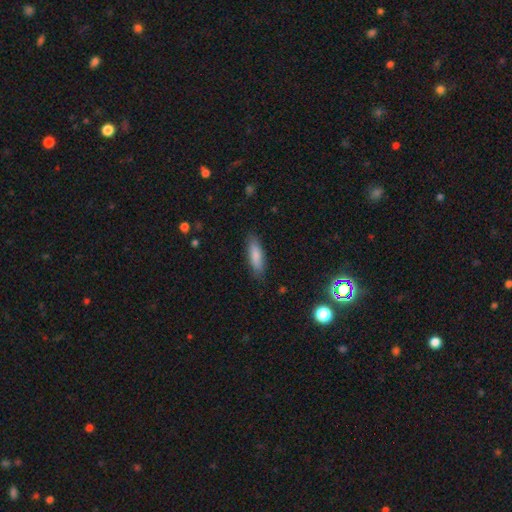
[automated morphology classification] Smooth or featured? Predicted: smooth (p=0.83). How rounded? Predicted: cigar-shaped (p=0.49, tied with in between). Merging? Predicted: none (p=0.84).